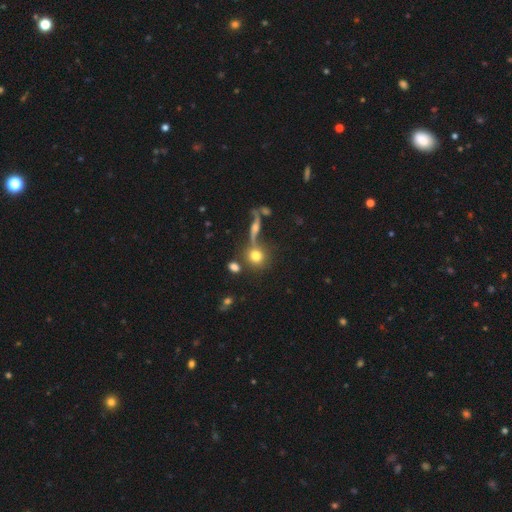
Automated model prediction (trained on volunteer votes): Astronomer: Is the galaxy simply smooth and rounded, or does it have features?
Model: smooth — 73%.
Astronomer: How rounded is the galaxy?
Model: round — 87%.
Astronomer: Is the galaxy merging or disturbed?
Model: none — 63%.